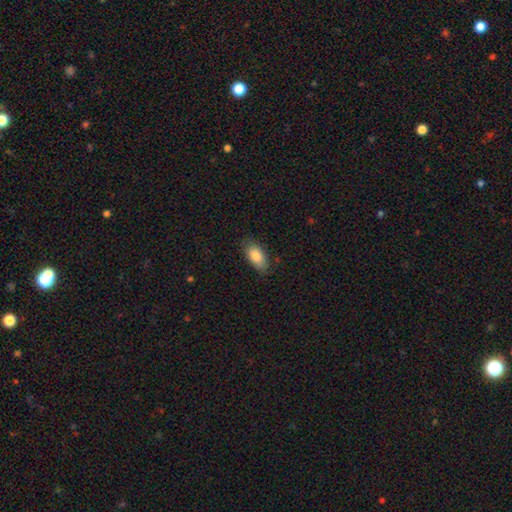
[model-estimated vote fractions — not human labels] smooth-or-featured: smooth: 85% | featured or disk: 8% | star or artifact: 7%
  how-rounded: in between: 92% | cigar-shaped: 5% | round: 3%
  merging: none: 80% | minor disturbance: 16% | major disturbance: 3% | merger: 1%